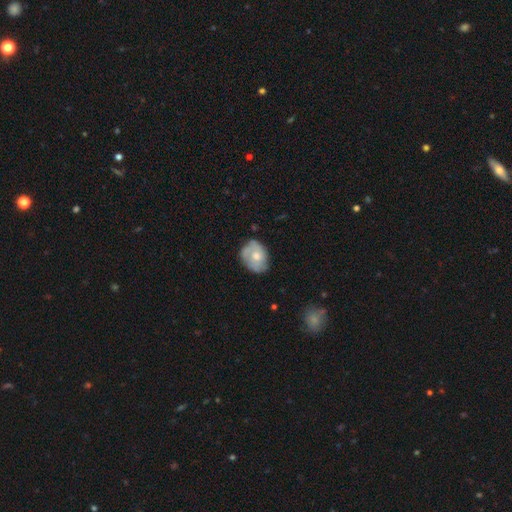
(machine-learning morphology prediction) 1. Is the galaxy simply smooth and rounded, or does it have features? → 51% smooth, 42% featured or disk, 6% star or artifact.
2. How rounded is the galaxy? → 54% in between, 45% round, 1% cigar-shaped.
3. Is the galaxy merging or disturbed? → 61% none, 28% minor disturbance, 9% major disturbance, 2% merger.